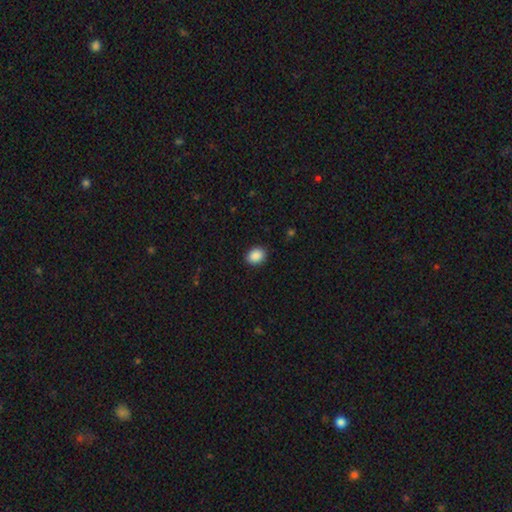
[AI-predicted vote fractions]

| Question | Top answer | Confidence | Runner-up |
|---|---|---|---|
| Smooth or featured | smooth | 89% | star or artifact (8%) |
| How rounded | in between | 55% | round (44%) |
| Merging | none | 90% | minor disturbance (7%) |